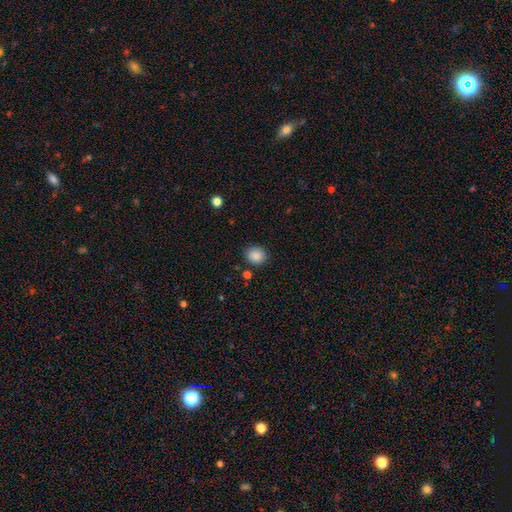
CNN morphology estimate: Q: Smooth or featured?
A: smooth (88%); runner-up: star or artifact (9%)
Q: How rounded?
A: round (77%); runner-up: in between (22%)
Q: Merging?
A: none (87%); runner-up: minor disturbance (8%)